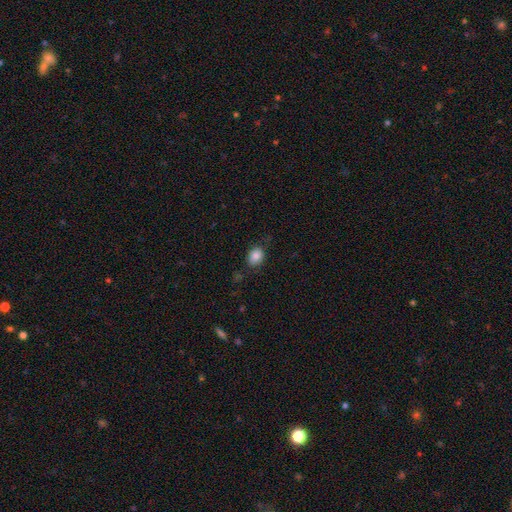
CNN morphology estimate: smooth 86%, star or artifact 9%, featured or disk 5%. Down the decision tree: how rounded — in between (60%); merging — none (78%).